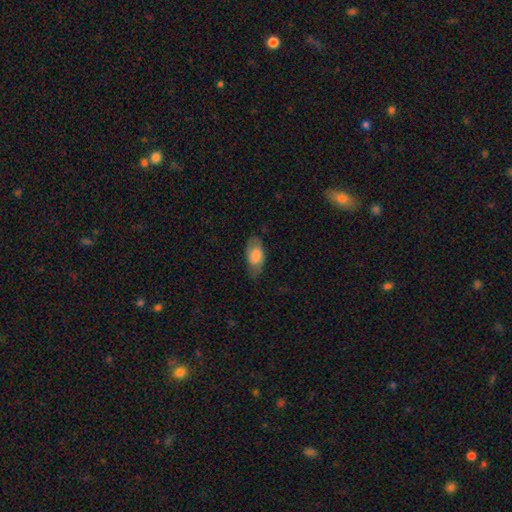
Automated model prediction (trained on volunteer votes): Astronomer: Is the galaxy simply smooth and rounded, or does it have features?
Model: smooth — 73%.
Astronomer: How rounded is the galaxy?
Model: in between — 91%.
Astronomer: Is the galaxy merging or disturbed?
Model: none — 66%.